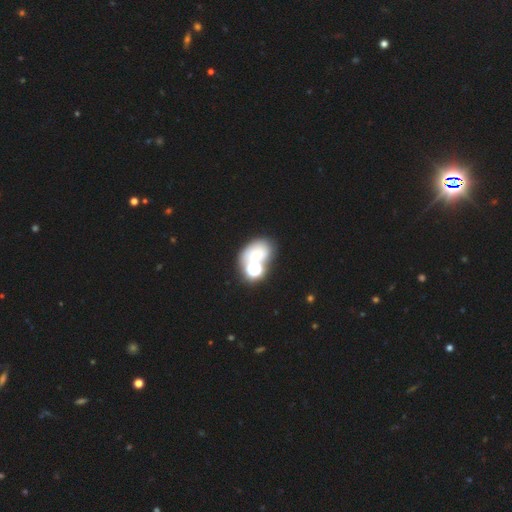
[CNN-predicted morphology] Q: Smooth or featured?
A: smooth (51%); runner-up: star or artifact (28%)
Q: How rounded?
A: in between (63%); runner-up: round (36%)
Q: Merging?
A: none (41%); runner-up: merger (35%)